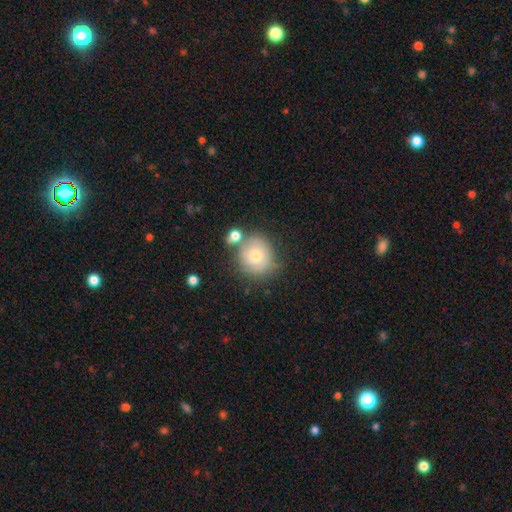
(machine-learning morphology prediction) smooth_or_featured: smooth (p=0.70) [alt: featured or disk p=0.20]
how_rounded: round (p=0.87) [alt: in between p=0.12]
merging: none (p=0.57) [alt: minor disturbance p=0.18]